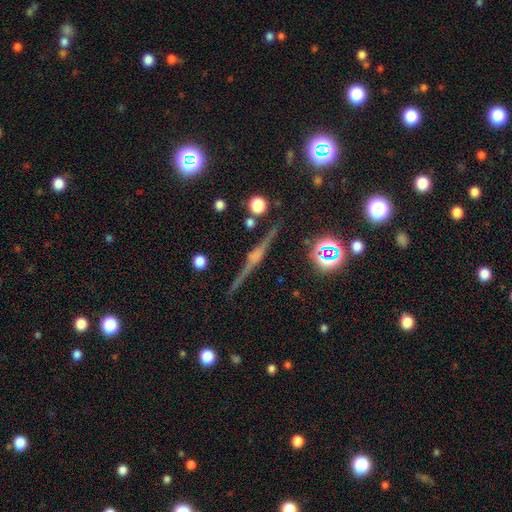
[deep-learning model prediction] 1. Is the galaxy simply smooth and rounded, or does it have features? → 77% featured or disk, 13% star or artifact, 11% smooth.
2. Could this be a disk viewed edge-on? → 98% yes, 2% no.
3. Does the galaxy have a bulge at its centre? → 76% rounded, 14% boxy, 10% none.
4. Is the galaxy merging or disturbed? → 89% none, 7% minor disturbance, 2% major disturbance, 2% merger.